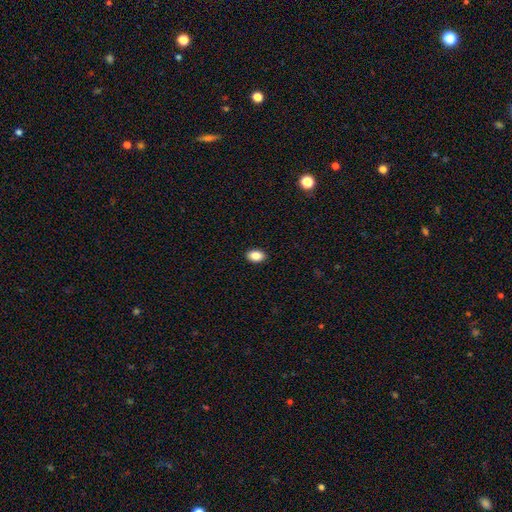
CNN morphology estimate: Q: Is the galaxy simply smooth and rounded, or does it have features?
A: smooth — 87%.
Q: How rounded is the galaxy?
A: in between — 88%.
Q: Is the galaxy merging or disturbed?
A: none — 91%.